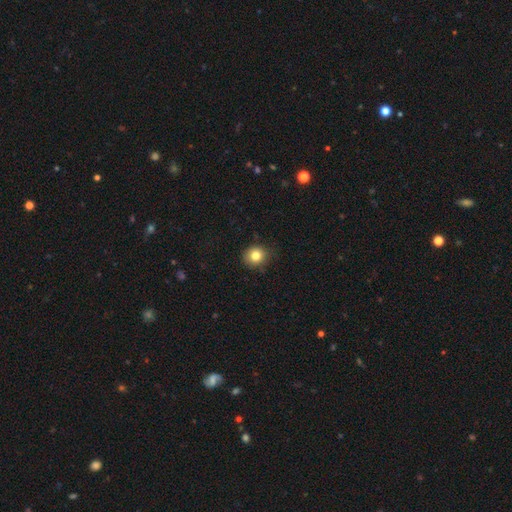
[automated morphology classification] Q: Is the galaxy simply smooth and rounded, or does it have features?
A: smooth — 81%.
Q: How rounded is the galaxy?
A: round — 84%.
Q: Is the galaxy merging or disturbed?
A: none — 83%.